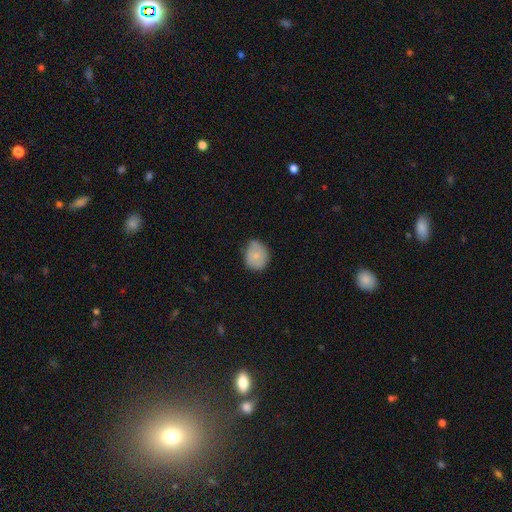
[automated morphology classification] smooth_or_featured: smooth (p=0.77) [alt: featured or disk p=0.15]
how_rounded: round (p=0.65) [alt: in between p=0.35]
merging: none (p=0.59) [alt: minor disturbance p=0.33]